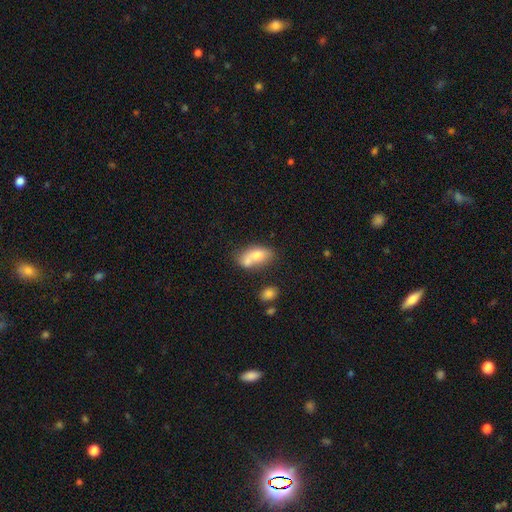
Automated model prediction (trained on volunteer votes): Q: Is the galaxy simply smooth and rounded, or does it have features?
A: smooth — 68%.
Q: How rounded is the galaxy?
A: in between — 84%.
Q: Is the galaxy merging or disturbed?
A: merger — 44%.